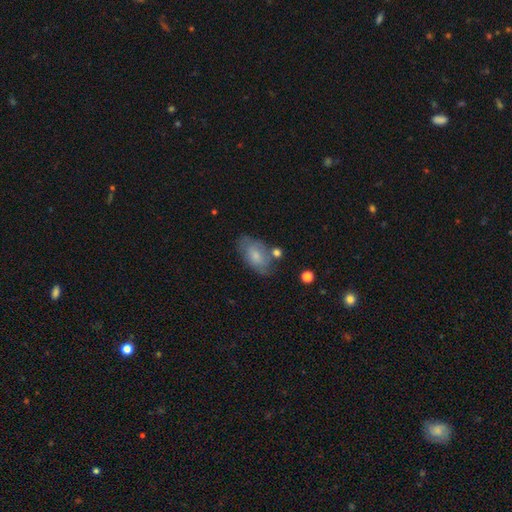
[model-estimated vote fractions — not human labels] Overall: smooth (64%; featured or disk 29%). How rounded: in between (91%). Merging: none (59%; minor disturbance 24%).